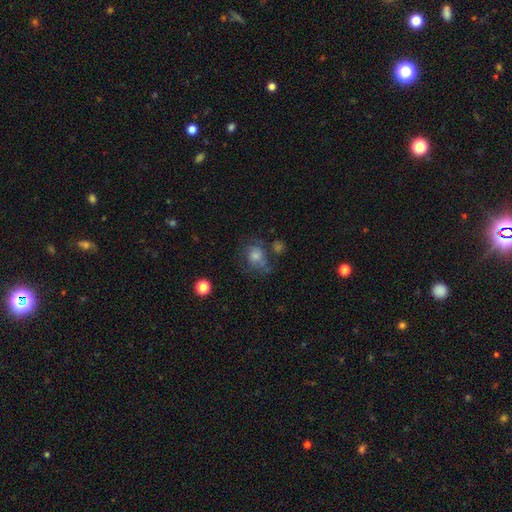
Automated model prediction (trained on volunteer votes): smooth_or_featured: smooth (p=0.47) [alt: featured or disk p=0.34]
merging: none (p=0.52) [alt: minor disturbance p=0.21]